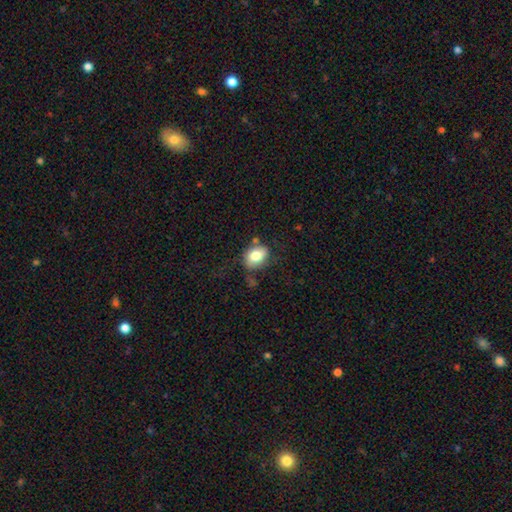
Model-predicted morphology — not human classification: smooth_or_featured: smooth (p=0.77) [alt: featured or disk p=0.15]
how_rounded: in between (p=0.63) [alt: round p=0.36]
merging: none (p=0.60) [alt: minor disturbance p=0.24]